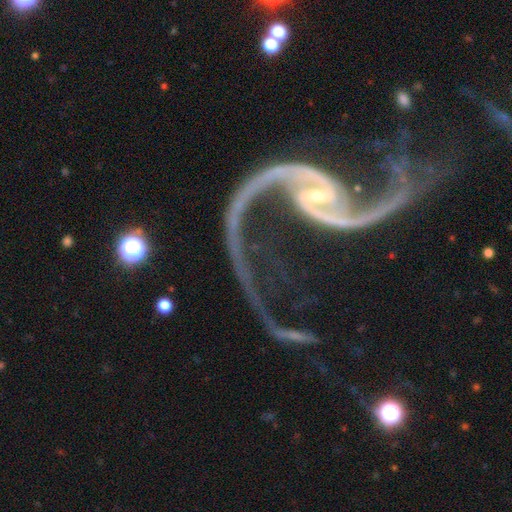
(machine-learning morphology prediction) This is clearly a featured or disk galaxy (94%). It is clearly not viewed edge-on (97%). Bar: marginally weak (40%). Spiral arm pattern: clearly yes (98%). Spiral arm count: clearly 2 (94%). Spiral winding: likely loose (78%). Central bulge: likely small (77%). Merging: possibly none (52%).